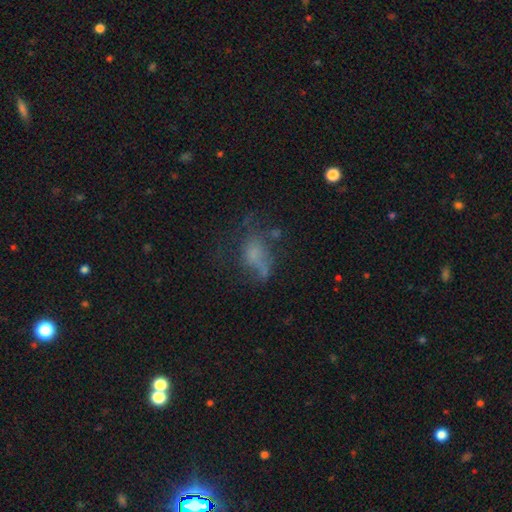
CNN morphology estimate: A smooth galaxy with no disk features (47%).

Vote fractions:
- Smooth or featured? smooth: 47% / featured or disk: 33% / star or artifact: 20%
- Merging? major disturbance: 38% / none: 33% / minor disturbance: 21% / merger: 8%